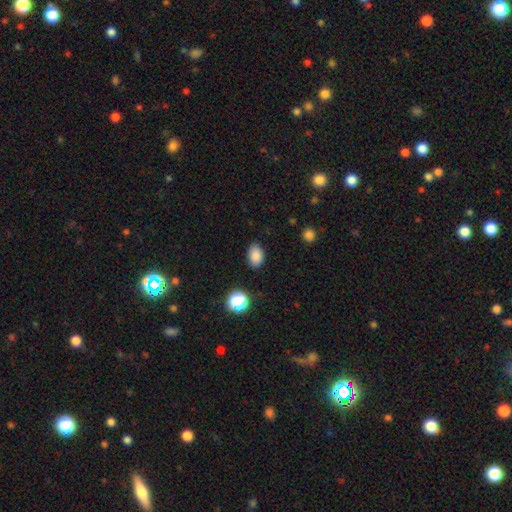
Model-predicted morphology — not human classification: Overall: smooth (86%). How rounded: in between (84%). Merging: none (85%).